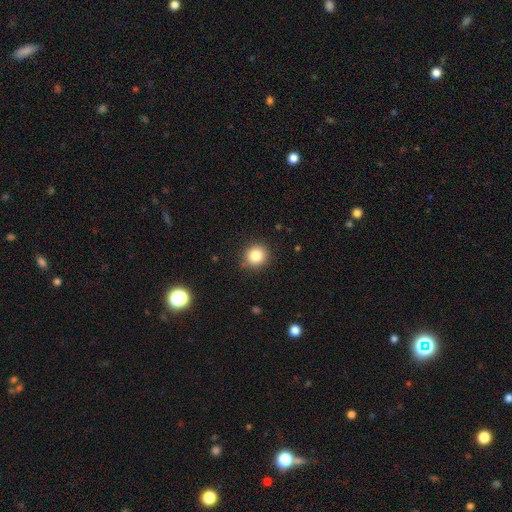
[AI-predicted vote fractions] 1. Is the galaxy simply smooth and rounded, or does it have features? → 82% smooth, 11% star or artifact, 6% featured or disk.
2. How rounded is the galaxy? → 89% round, 10% in between, 1% cigar-shaped.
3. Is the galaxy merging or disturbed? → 88% none, 8% minor disturbance, 2% major disturbance, 1% merger.